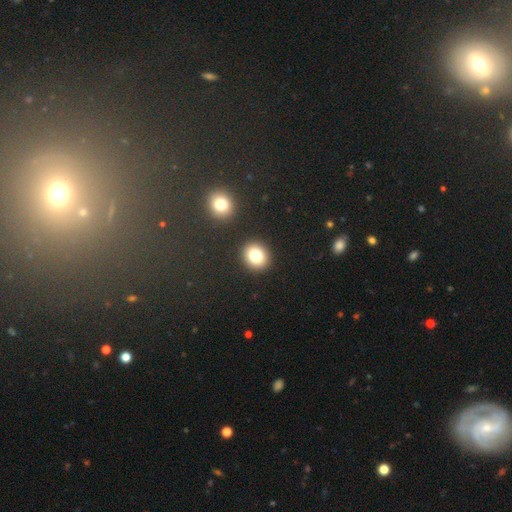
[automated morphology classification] Smooth or featured? Predicted: smooth (p=0.79). How rounded? Predicted: round (p=0.74). Merging? Predicted: none (p=0.89).